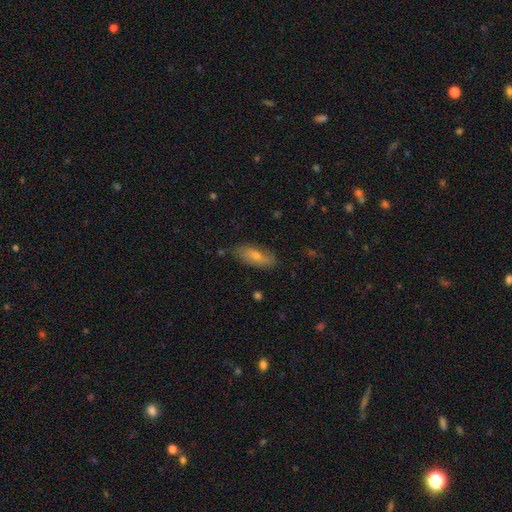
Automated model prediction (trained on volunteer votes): Smooth or featured?
  - smooth: 54% *
  - featured or disk: 36%
  - star or artifact: 10%
How rounded?
  - in between: 71% *
  - cigar-shaped: 26%
  - round: 3%
Merging?
  - none: 77% *
  - minor disturbance: 18%
  - major disturbance: 4%
  - merger: 2%